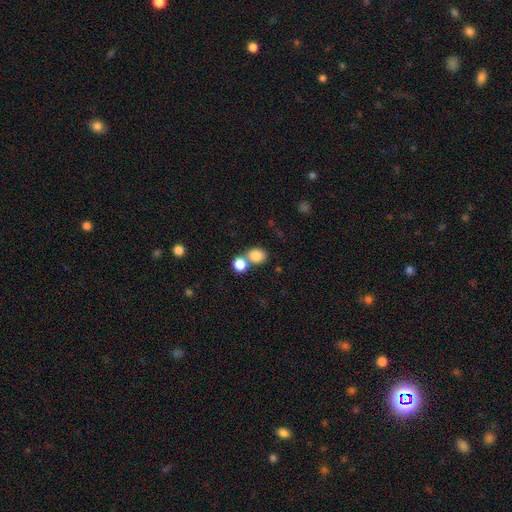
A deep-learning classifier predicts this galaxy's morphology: Smooth or featured? smooth (83%)
How rounded? round (60%)
Merging? none (47%)